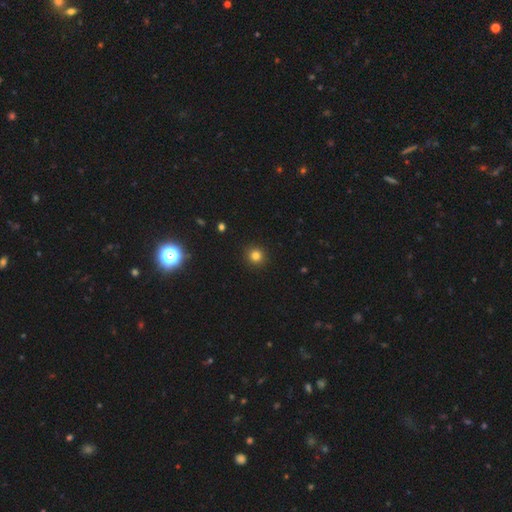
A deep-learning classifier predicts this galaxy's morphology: Smooth or featured?
  - smooth: 81% *
  - star or artifact: 14%
  - featured or disk: 5%
How rounded?
  - round: 94% *
  - in between: 5%
  - cigar-shaped: 1%
Merging?
  - none: 92% *
  - minor disturbance: 5%
  - major disturbance: 2%
  - merger: 1%